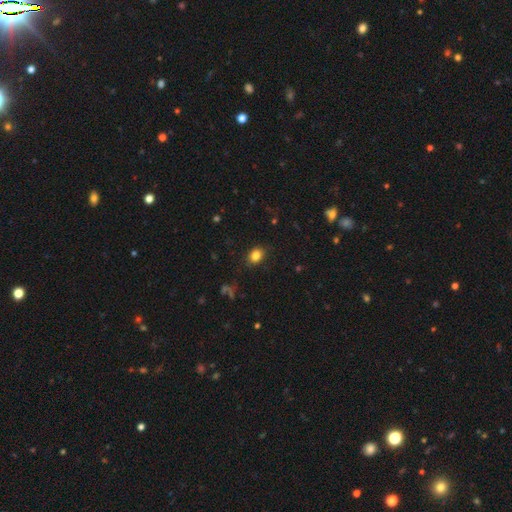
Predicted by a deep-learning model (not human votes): Q: Smooth or featured?
A: smooth (83%); runner-up: star or artifact (11%)
Q: How rounded?
A: in between (60%); runner-up: round (39%)
Q: Merging?
A: none (85%); runner-up: minor disturbance (11%)